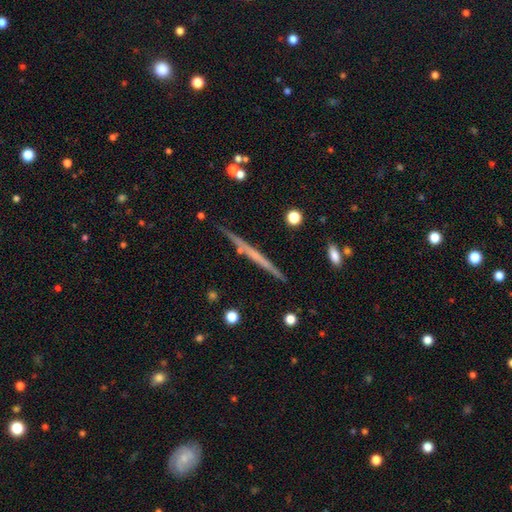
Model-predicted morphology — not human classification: Smooth or featured?
  - featured or disk: 63% *
  - smooth: 30%
  - star or artifact: 7%
Edge-on disk?
  - yes: 97% *
  - no: 3%
Edge-on bulge?
  - none: 84% *
  - rounded: 11%
  - boxy: 5%
Merging?
  - none: 88% *
  - minor disturbance: 8%
  - merger: 2%
  - major disturbance: 2%